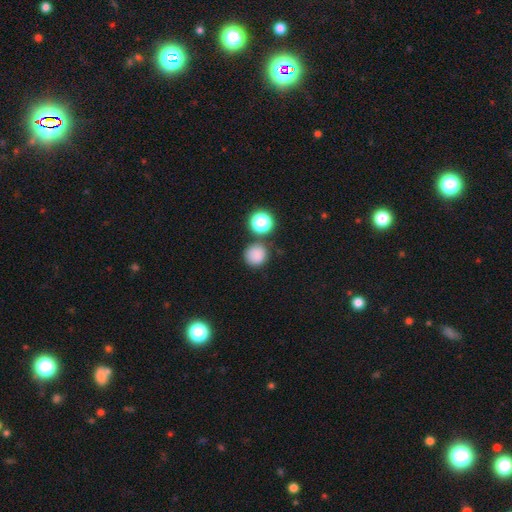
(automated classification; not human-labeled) Smooth or featured? Predicted: smooth (p=0.82). How rounded? Predicted: round (p=0.92). Merging? Predicted: none (p=0.78).